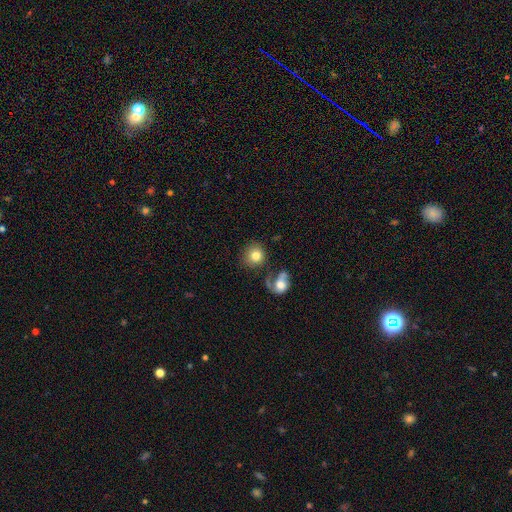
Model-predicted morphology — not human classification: smooth-or-featured: smooth: 79% | featured or disk: 13% | star or artifact: 8%
  how-rounded: round: 85% | in between: 14% | cigar-shaped: 1%
  merging: none: 60% | merger: 19% | minor disturbance: 12% | major disturbance: 9%